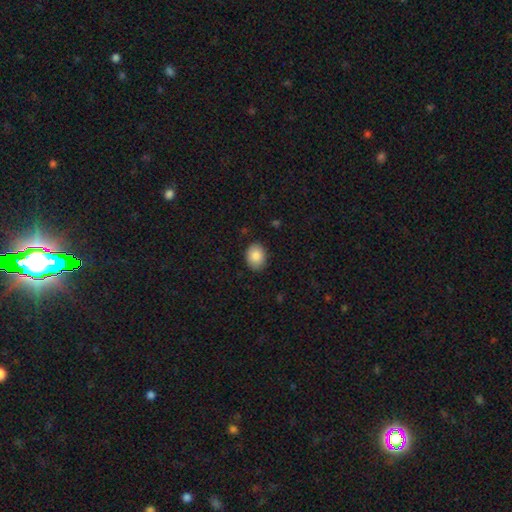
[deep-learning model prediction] Overall: smooth (88%). How rounded: in between (67%; round 32%). Merging: none (86%).